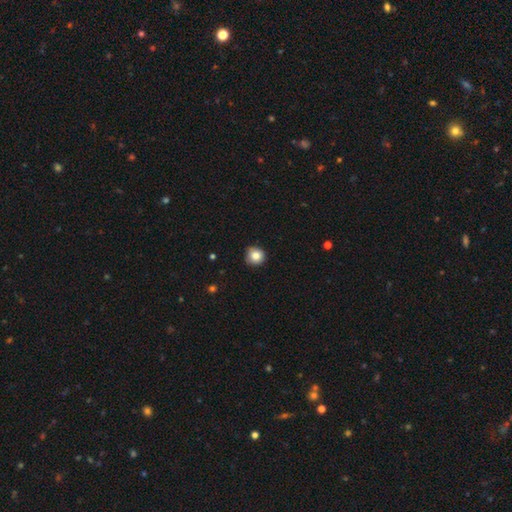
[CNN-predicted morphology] Smooth or featured? Predicted: smooth (p=0.84). How rounded? Predicted: round (p=0.92). Merging? Predicted: none (p=0.82).